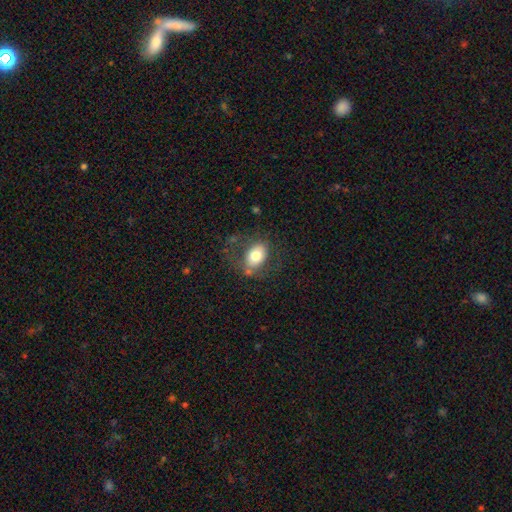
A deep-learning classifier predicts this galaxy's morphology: A smooth galaxy with no disk features (72%) that is in between round and cigar-shaped (77%). Merging: none (65%).